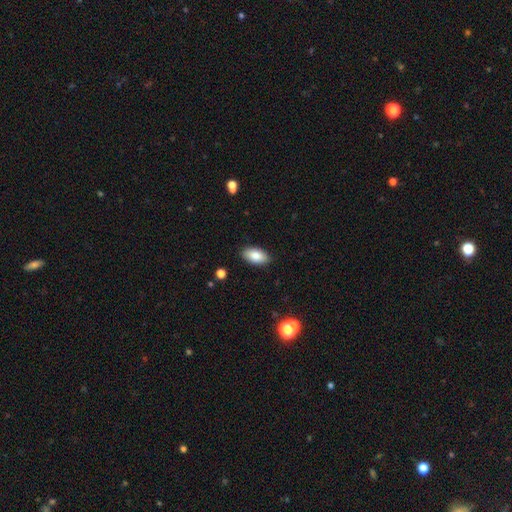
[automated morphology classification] smooth_or_featured: smooth (p=0.85) [alt: featured or disk p=0.08]
how_rounded: in between (p=0.93) [alt: cigar-shaped p=0.04]
merging: none (p=0.88) [alt: minor disturbance p=0.09]